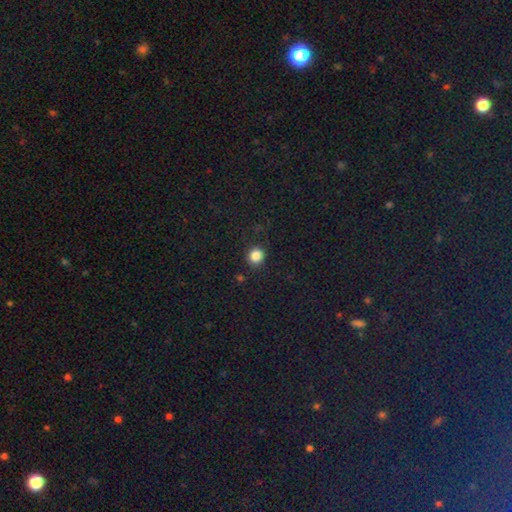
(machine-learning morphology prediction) Overall: smooth (85%). How rounded: round (88%). Merging: none (90%).